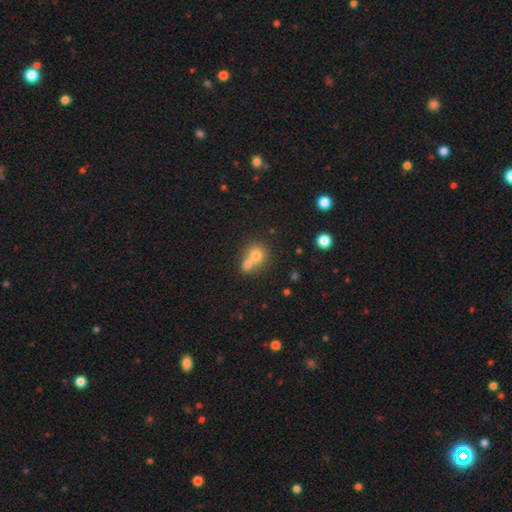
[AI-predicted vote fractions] smooth-or-featured: smooth: 73% | featured or disk: 15% | star or artifact: 12%
  how-rounded: round: 76% | in between: 23% | cigar-shaped: 1%
  merging: merger: 63% | none: 28% | minor disturbance: 6% | major disturbance: 3%